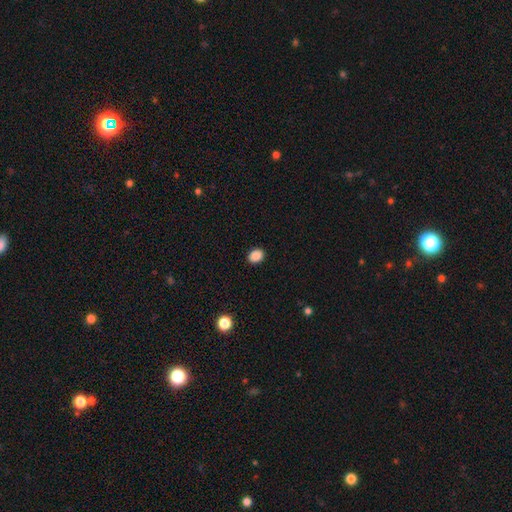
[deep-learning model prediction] This is clearly a smooth galaxy (88%). How rounded: possibly in between (55%). Merging: clearly none (91%).